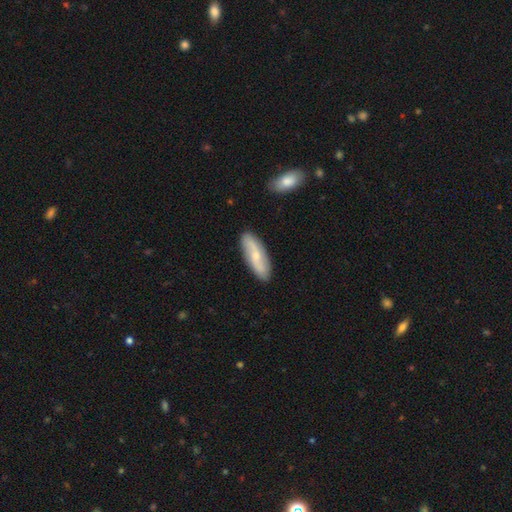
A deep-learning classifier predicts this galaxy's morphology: featured or disk 50%, smooth 44%, star or artifact 6%. Down the decision tree: edge-on disk — no (81%); merging — none (87%).